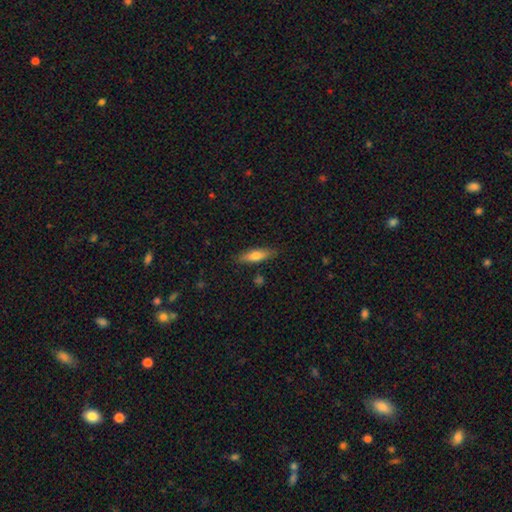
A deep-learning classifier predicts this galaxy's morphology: smooth_or_featured: smooth (p=0.66) [alt: featured or disk p=0.28]
how_rounded: cigar-shaped (p=0.58) [alt: in between p=0.40]
merging: none (p=0.85) [alt: minor disturbance p=0.11]